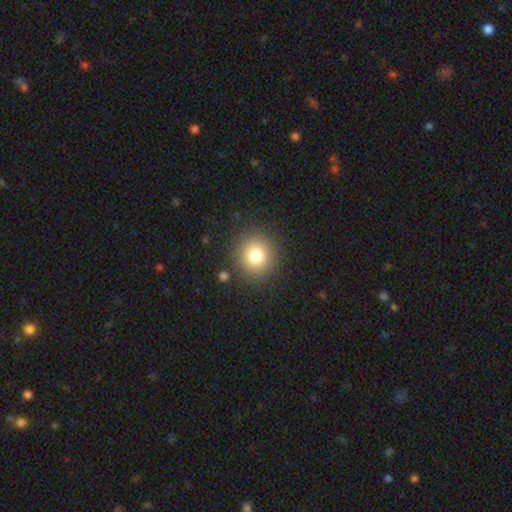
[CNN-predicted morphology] smooth 79%, star or artifact 12%, featured or disk 9%. Down the decision tree: how rounded — round (89%); merging — none (87%).